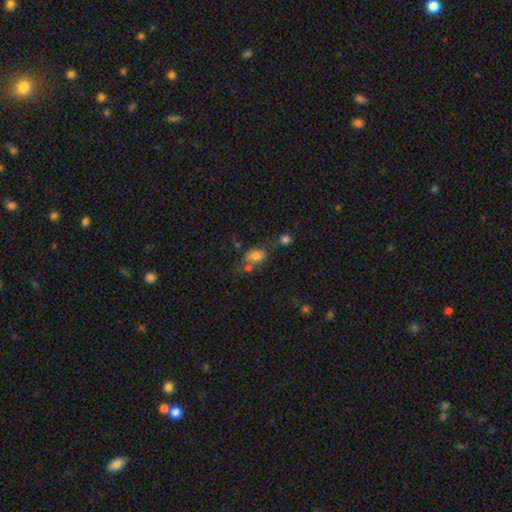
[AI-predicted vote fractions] Morphology: type=smooth (74%); roundness=in between (79%); merging=none (41%).